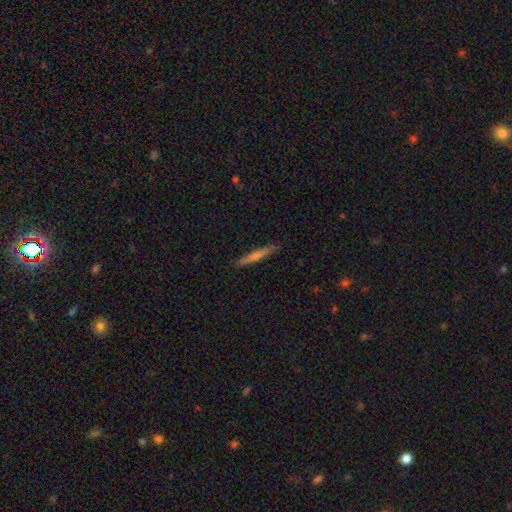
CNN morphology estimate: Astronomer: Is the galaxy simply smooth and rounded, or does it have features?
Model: smooth — 49% (runner-up: featured or disk, 44%).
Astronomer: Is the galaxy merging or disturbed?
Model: none — 90%.